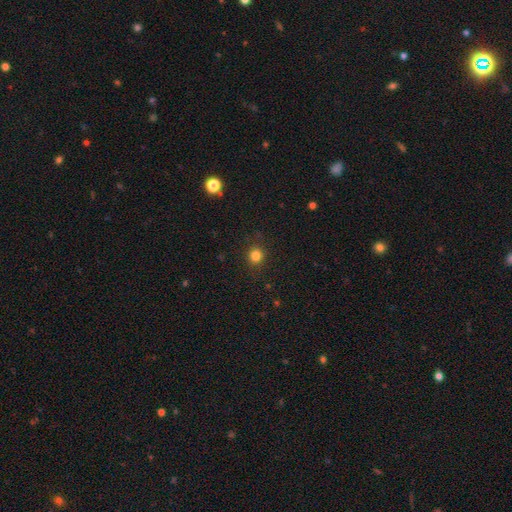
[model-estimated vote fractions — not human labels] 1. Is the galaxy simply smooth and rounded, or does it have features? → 82% smooth, 13% star or artifact, 5% featured or disk.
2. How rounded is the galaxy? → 86% round, 13% in between, 1% cigar-shaped.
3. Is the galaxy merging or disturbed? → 89% none, 7% minor disturbance, 3% major disturbance, 1% merger.